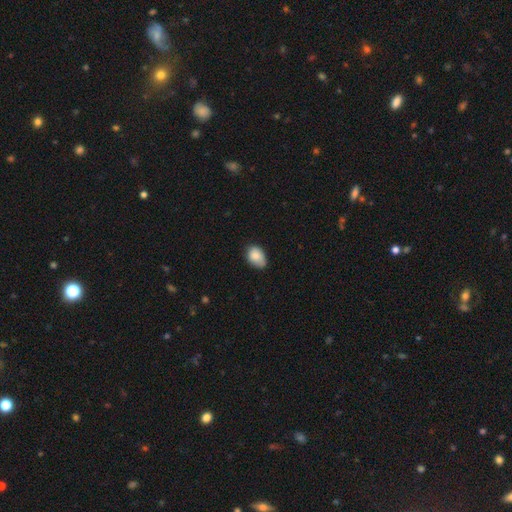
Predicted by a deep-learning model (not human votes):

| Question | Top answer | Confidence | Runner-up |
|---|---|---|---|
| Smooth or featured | smooth | 85% | featured or disk (8%) |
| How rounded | in between | 80% | round (19%) |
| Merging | none | 61% | minor disturbance (32%) |